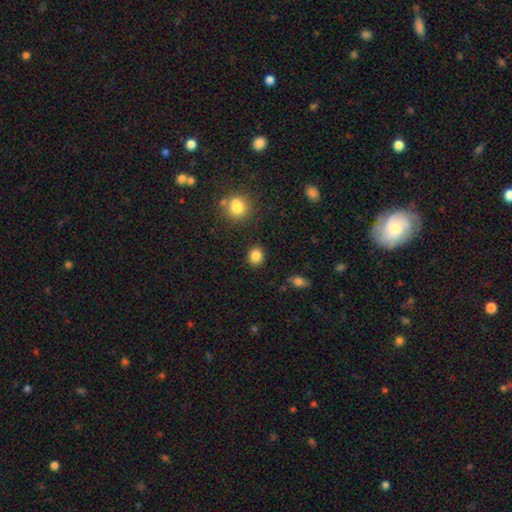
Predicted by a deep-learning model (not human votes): Smooth or featured? smooth (86%)
How rounded? round (79%)
Merging? none (88%)